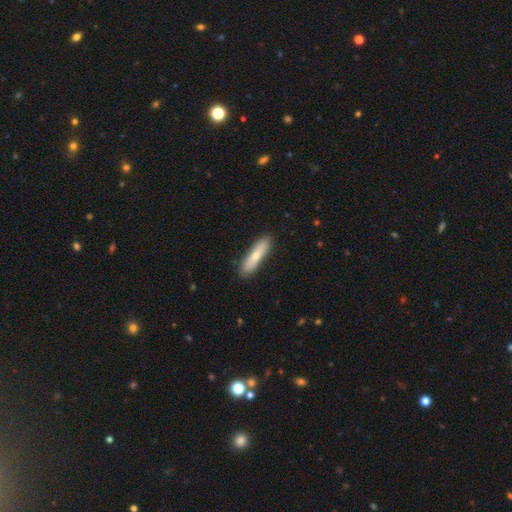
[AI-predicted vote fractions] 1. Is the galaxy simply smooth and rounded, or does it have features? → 69% smooth, 25% featured or disk, 6% star or artifact.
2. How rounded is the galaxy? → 73% cigar-shaped, 25% in between, 2% round.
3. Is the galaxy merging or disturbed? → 87% none, 10% minor disturbance, 2% major disturbance, 1% merger.